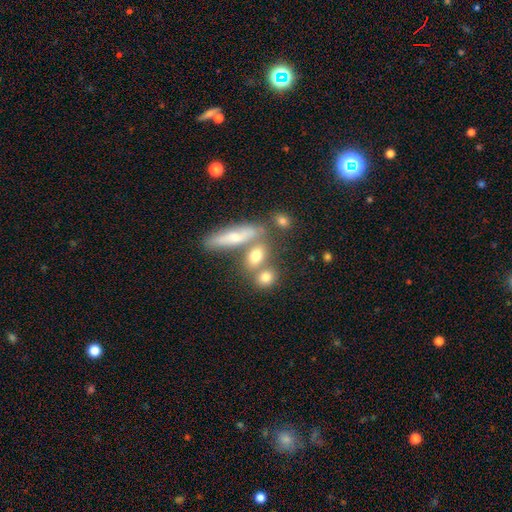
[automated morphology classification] Q: Smooth or featured?
A: featured or disk (49%); runner-up: smooth (35%)
Q: Merging?
A: none (55%); runner-up: merger (28%)